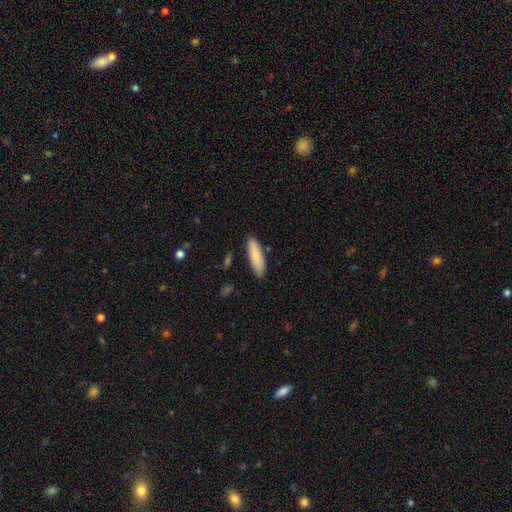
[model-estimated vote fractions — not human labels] This is clearly a smooth galaxy (86%). How rounded: likely cigar-shaped (60%). Merging: clearly none (88%).